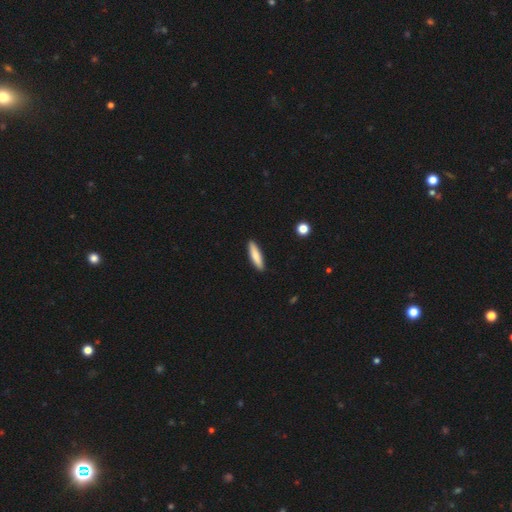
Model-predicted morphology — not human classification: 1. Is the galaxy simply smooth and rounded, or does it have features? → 80% smooth, 14% featured or disk, 6% star or artifact.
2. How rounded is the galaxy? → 77% cigar-shaped, 22% in between, 1% round.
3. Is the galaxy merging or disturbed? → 90% none, 7% minor disturbance, 1% major disturbance, 1% merger.